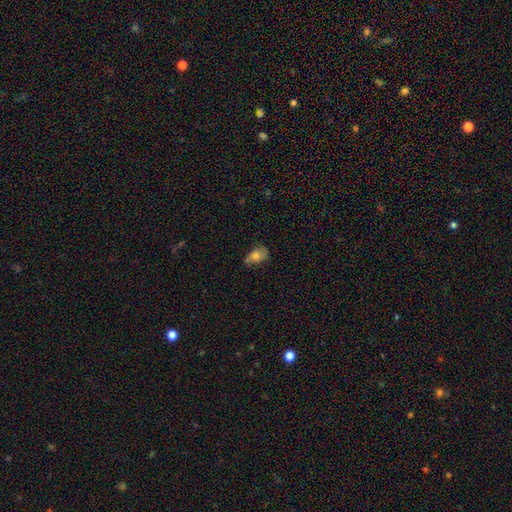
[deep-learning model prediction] Smooth or featured? Predicted: smooth (p=0.65). How rounded? Predicted: in between (p=0.83). Merging? Predicted: none (p=0.56).